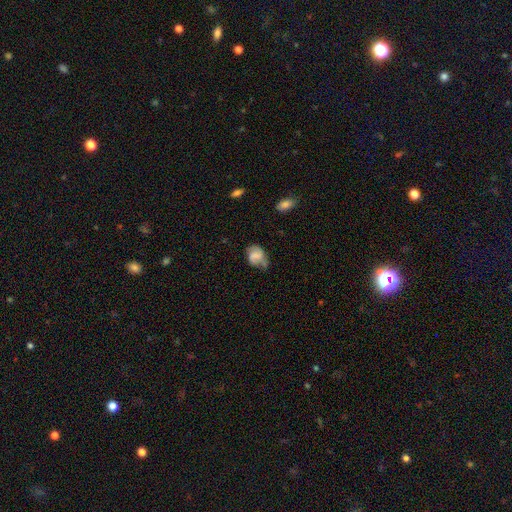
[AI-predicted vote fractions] Smooth or featured?
  - smooth: 54% *
  - featured or disk: 38%
  - star or artifact: 9%
How rounded?
  - in between: 64% *
  - round: 34%
  - cigar-shaped: 1%
Merging?
  - none: 44% *
  - minor disturbance: 36%
  - major disturbance: 16%
  - merger: 5%